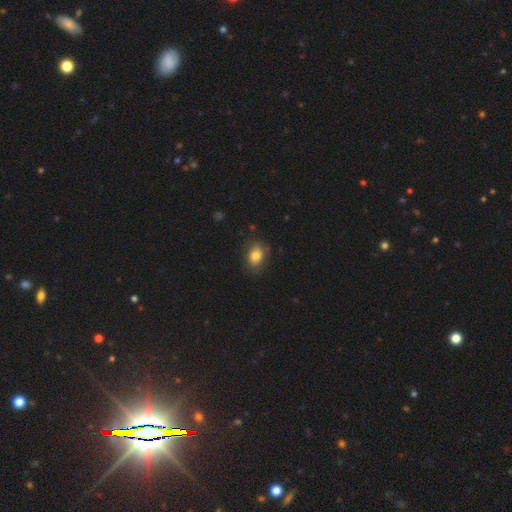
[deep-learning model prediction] A smooth galaxy with no disk features (80%) that is in between round and cigar-shaped (74%).

Vote fractions:
- Smooth or featured? smooth: 80% / featured or disk: 11% / star or artifact: 9%
- How rounded? in between: 74% / round: 24% / cigar-shaped: 1%
- Merging? none: 78% / minor disturbance: 16% / major disturbance: 5% / merger: 1%